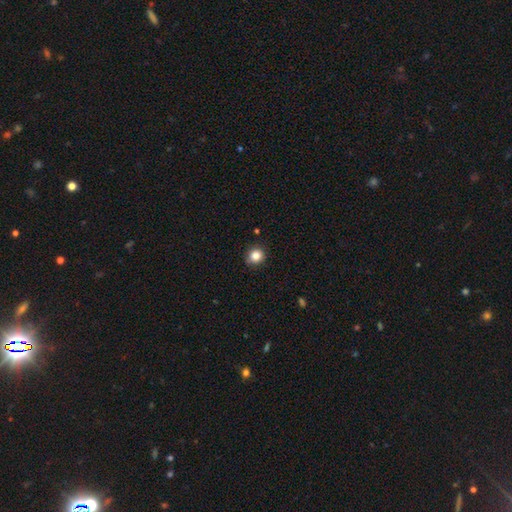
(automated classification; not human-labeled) Smooth or featured: smooth — 84% (star or artifact — 11%)
How rounded: round — 86% (in between — 13%)
Merging: none — 86% (minor disturbance — 10%)